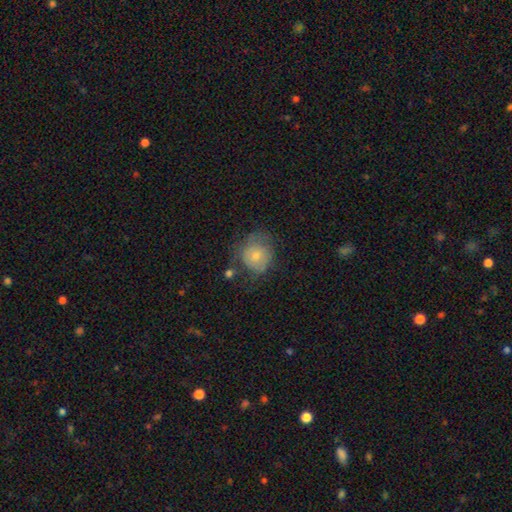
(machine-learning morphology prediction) Smooth or featured?
  - smooth: 67% *
  - featured or disk: 25%
  - star or artifact: 9%
How rounded?
  - round: 78% *
  - in between: 21%
  - cigar-shaped: 1%
Merging?
  - none: 47% *
  - minor disturbance: 29%
  - major disturbance: 19%
  - merger: 5%